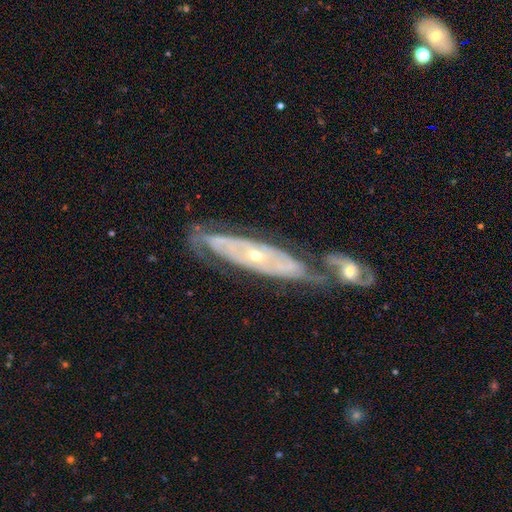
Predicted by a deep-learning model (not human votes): Smooth or featured? featured or disk (85%)
Edge-on disk? no (82%)
Bar? no (76%)
Spiral arms? yes (88%)
Spiral winding? tight (73%)
Spiral arm count? can't tell (42%)
Bulge size? small (66%)
Merging? none (46%)